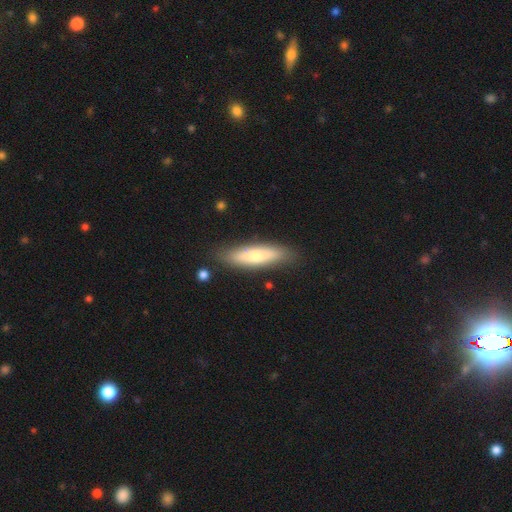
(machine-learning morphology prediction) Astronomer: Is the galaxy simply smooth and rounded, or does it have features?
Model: smooth — 60%.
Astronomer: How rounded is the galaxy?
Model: cigar-shaped — 70%.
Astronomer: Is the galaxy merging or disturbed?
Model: none — 85%.